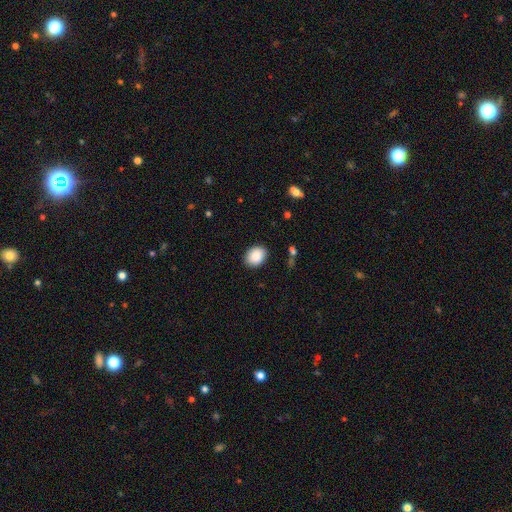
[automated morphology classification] The model was most divided on "how rounded": in between: 66%, round: 33%, cigar-shaped: 1%. More confident: merging — none (89%); smooth or featured — smooth (88%).